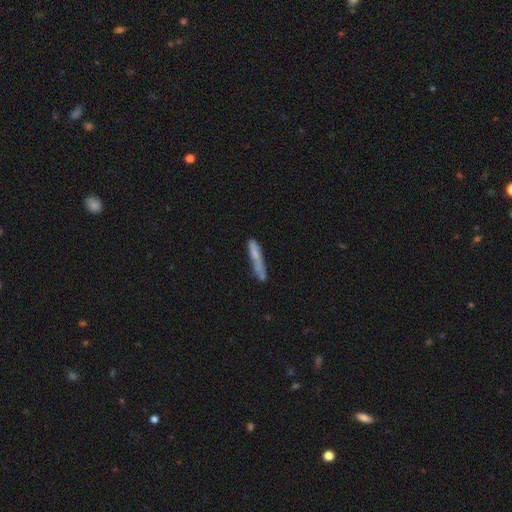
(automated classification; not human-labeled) smooth_or_featured: smooth (p=0.60) [alt: featured or disk p=0.31]
how_rounded: cigar-shaped (p=0.92) [alt: in between p=0.07]
merging: none (p=0.60) [alt: minor disturbance p=0.22]